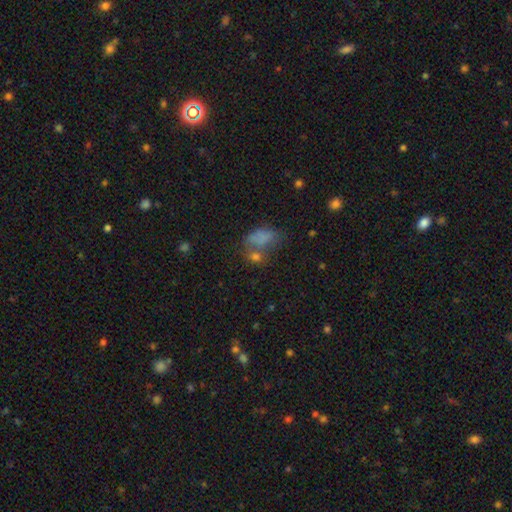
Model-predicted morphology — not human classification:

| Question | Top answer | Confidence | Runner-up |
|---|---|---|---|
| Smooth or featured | smooth | 60% | star or artifact (23%) |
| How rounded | in between | 77% | round (18%) |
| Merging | none | 36% | merger (27%) |